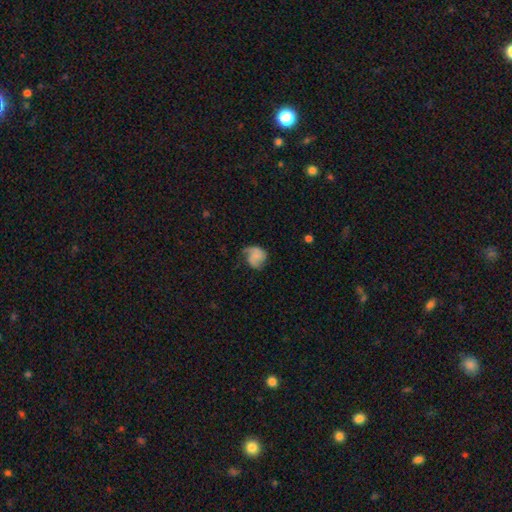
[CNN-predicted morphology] The model was most divided on "smooth or featured": featured or disk: 48%, smooth: 44%, star or artifact: 8%. Remaining: merging — none (45%).